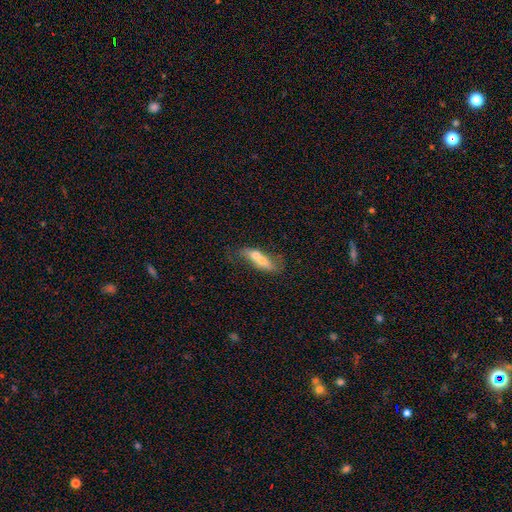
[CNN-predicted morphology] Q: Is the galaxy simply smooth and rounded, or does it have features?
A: smooth — 48%.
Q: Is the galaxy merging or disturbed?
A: none — 41%.